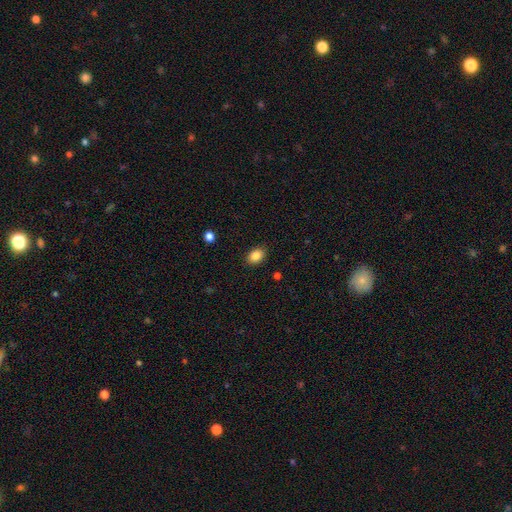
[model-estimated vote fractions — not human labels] Smooth or featured? smooth (86%)
How rounded? in between (78%)
Merging? none (88%)